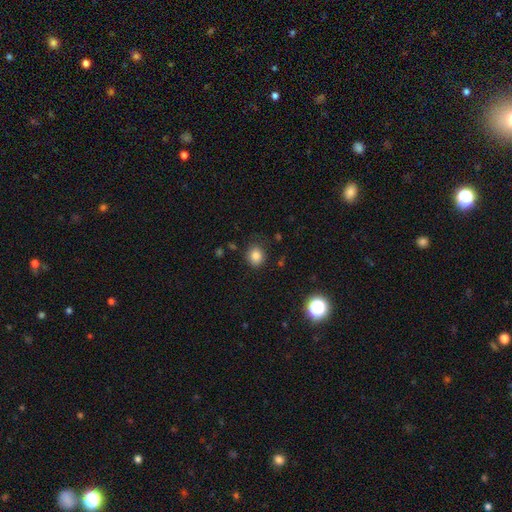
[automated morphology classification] Smooth or featured? Predicted: smooth (p=0.82). How rounded? Predicted: round (p=0.72). Merging? Predicted: none (p=0.84).